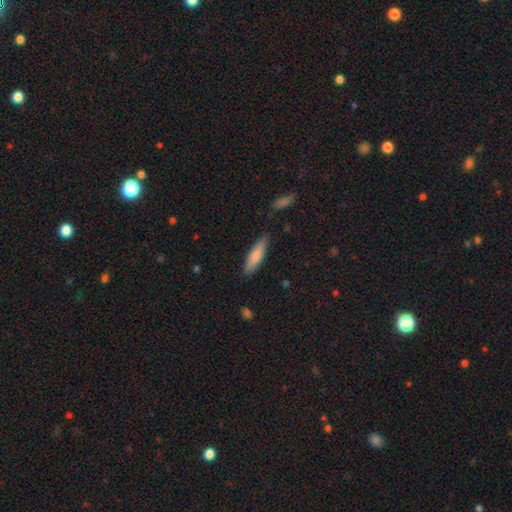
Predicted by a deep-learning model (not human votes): Morphology: type=smooth (79%); roundness=cigar-shaped (62%); merging=none (78%).